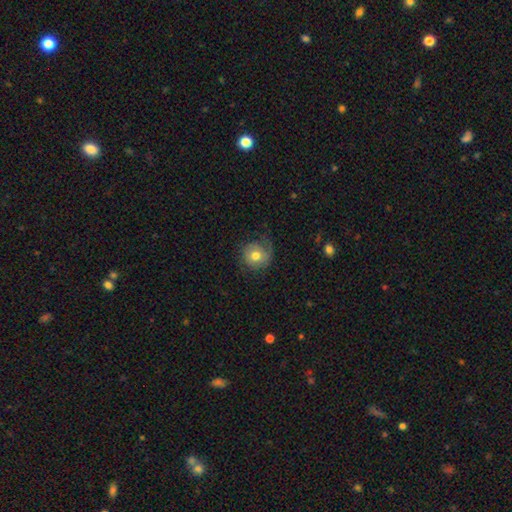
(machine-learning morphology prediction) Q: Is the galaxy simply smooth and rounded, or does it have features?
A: smooth — 66%.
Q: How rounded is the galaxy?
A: round — 87%.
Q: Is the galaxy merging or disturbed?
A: none — 59%.